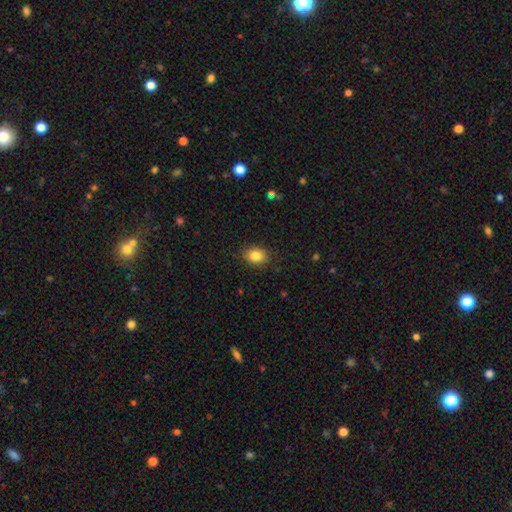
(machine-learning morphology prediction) This appears to be a smooth galaxy with no disk features (85%) that is in between round and cigar-shaped (60%). Merging: none (87%).